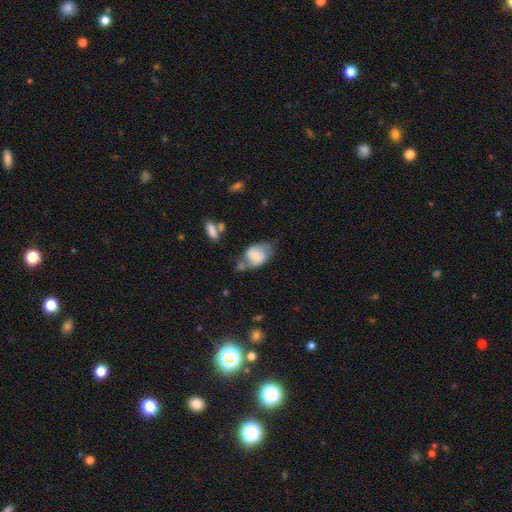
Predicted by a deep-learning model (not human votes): Q: Smooth or featured?
A: smooth (53%); runner-up: featured or disk (39%)
Q: How rounded?
A: in between (76%); runner-up: round (23%)
Q: Merging?
A: none (34%); runner-up: minor disturbance (30%)